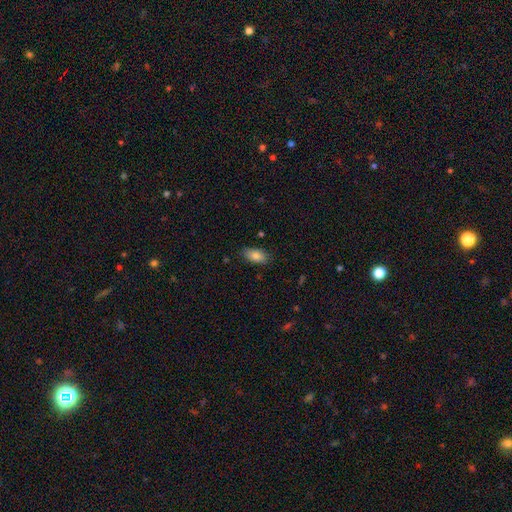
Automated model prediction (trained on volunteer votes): smooth 83%, featured or disk 9%, star or artifact 8%. Down the decision tree: how rounded — in between (91%); merging — none (83%).